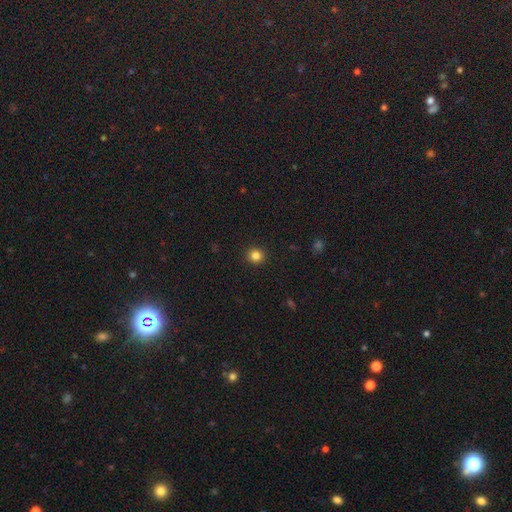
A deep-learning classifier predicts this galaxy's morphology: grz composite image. It shows a smooth galaxy with no disk features (83%) that is round (90%). Merging: none (93%).